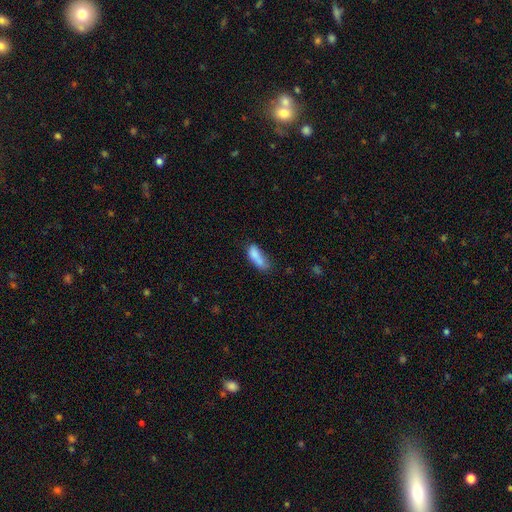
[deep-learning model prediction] Smooth or featured? smooth (80%)
How rounded? in between (59%)
Merging? none (43%)